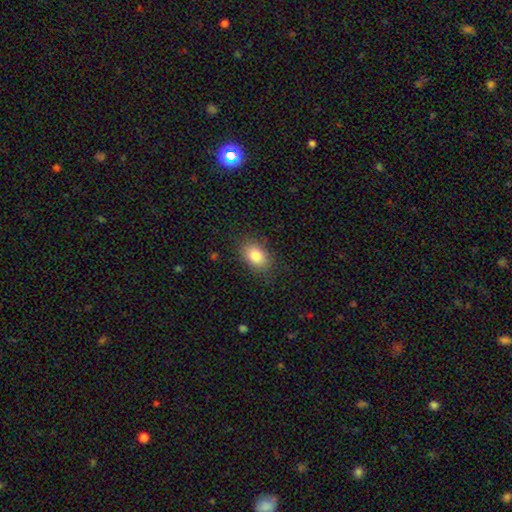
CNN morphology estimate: smooth 83%, featured or disk 9%, star or artifact 9%. Down the decision tree: how rounded — in between (83%); merging — none (83%).